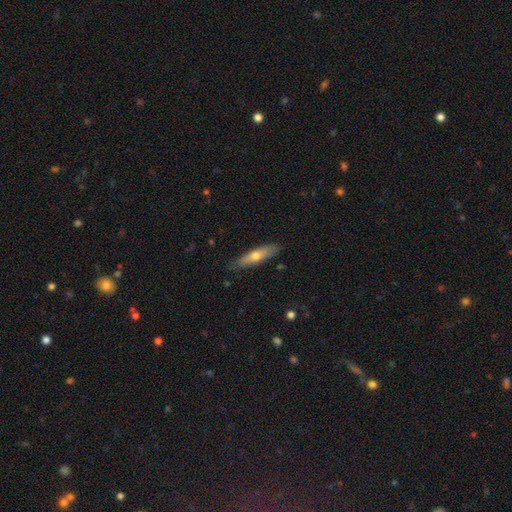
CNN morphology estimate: Smooth or featured: smooth — 57% (featured or disk — 37%)
How rounded: cigar-shaped — 75% (in between — 23%)
Merging: none — 85% (minor disturbance — 12%)